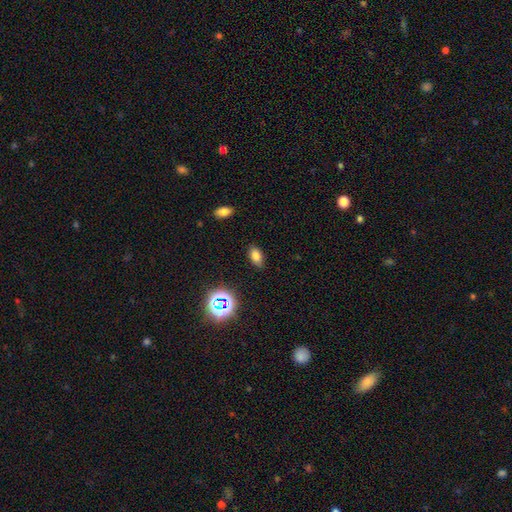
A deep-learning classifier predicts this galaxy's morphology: This appears to be a smooth galaxy with no disk features (76%) that is in between round and cigar-shaped (88%). Merging: none (86%).